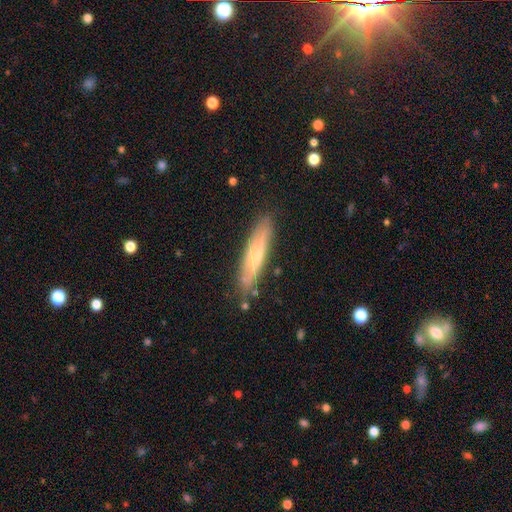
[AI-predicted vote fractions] Smooth or featured? Predicted: featured or disk (p=0.50). Edge-on disk? Predicted: yes (p=0.71). Merging? Predicted: none (p=0.82).